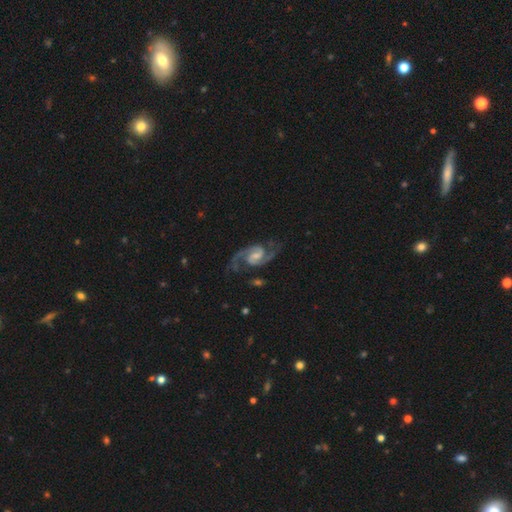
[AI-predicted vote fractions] featured or disk 93%, star or artifact 4%, smooth 3%. Down the decision tree: edge-on disk — no (98%); bar — weak (57%); spiral arms — yes (98%); spiral arm count — 2 (94%); spiral winding — medium (61%); bulge size — small (41%); merging — none (76%).